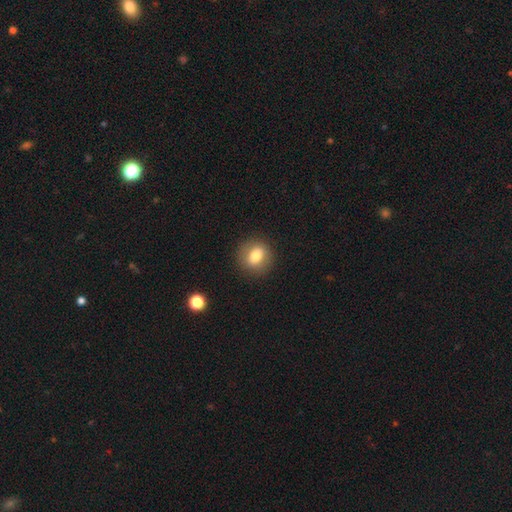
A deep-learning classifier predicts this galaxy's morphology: A smooth galaxy with no disk features (75%) that is round (73%).

Vote fractions:
- Smooth or featured? smooth: 75% / featured or disk: 16% / star or artifact: 9%
- How rounded? round: 73% / in between: 26% / cigar-shaped: 1%
- Merging? none: 87% / minor disturbance: 9% / major disturbance: 3% / merger: 1%